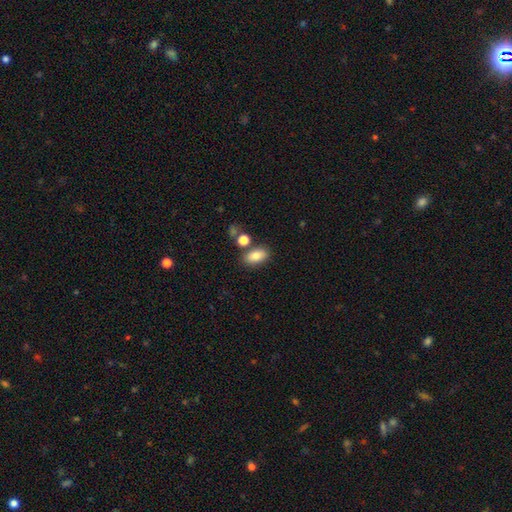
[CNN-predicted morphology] Overall: smooth (82%). How rounded: in between (89%). Merging: none (74%).